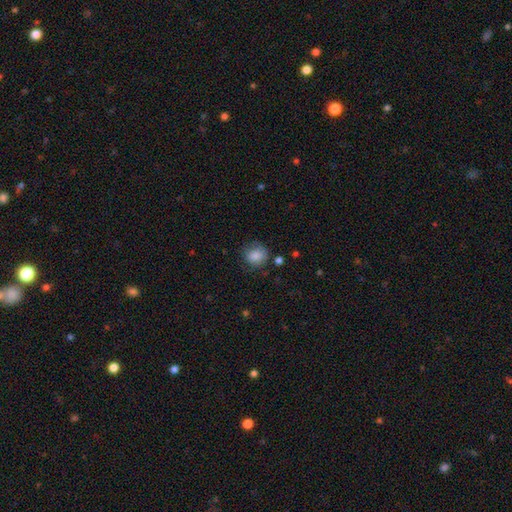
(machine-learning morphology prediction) Q: Smooth or featured?
A: smooth (84%); runner-up: star or artifact (9%)
Q: How rounded?
A: round (81%); runner-up: in between (18%)
Q: Merging?
A: none (69%); runner-up: minor disturbance (21%)